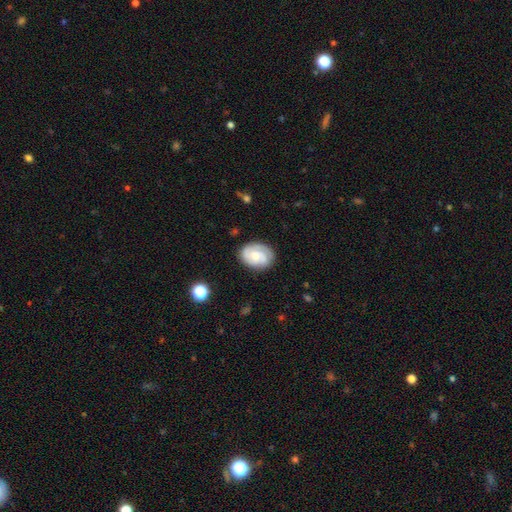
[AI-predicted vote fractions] The model was most divided on "bulge size": small: 43%, moderate: 42%, none: 7%, large: 6%, dominant: 2%. More confident: edge-on disk — no (97%); spiral arms — yes (92%); merging — none (78%); bar — no (67%); smooth or featured — featured or disk (67%); spiral winding — tight (55%); spiral arm count — 2 (51%).